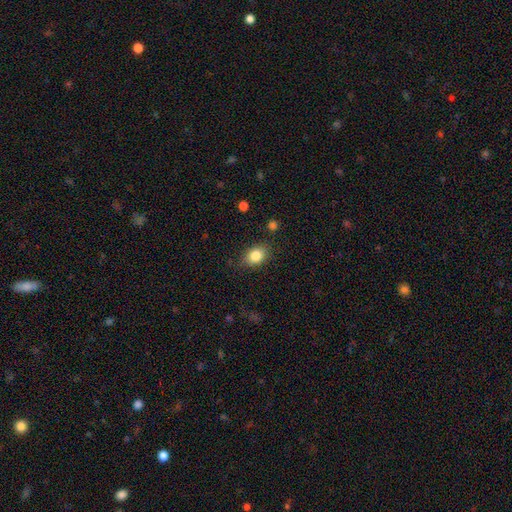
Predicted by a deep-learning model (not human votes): smooth 84%, star or artifact 9%, featured or disk 7%. Down the decision tree: how rounded — in between (66%); merging — none (80%).